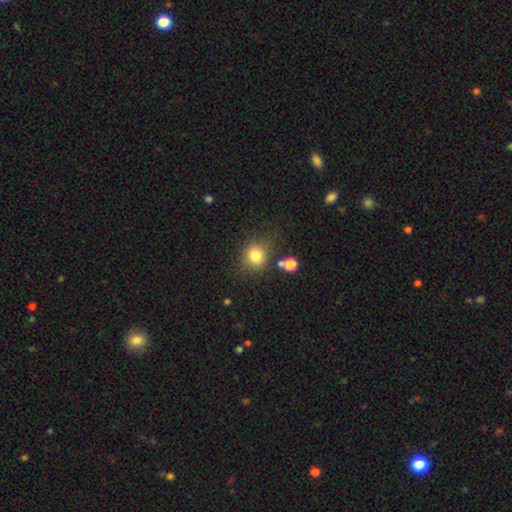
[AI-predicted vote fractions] This appears to be a smooth galaxy with no disk features (79%) that is round (76%). Merging: none (69%).